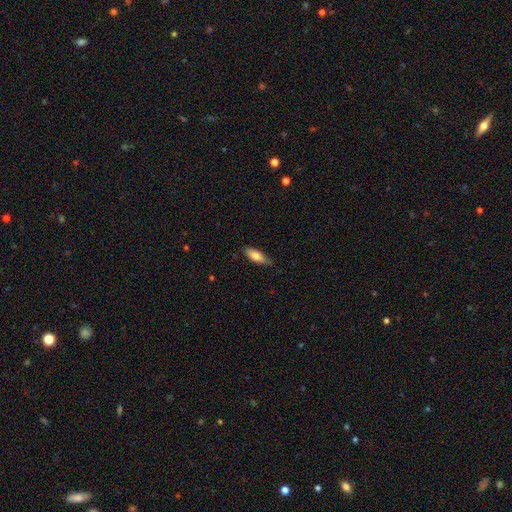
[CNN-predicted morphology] Overall: smooth (77%). How rounded: in between (68%; cigar-shaped 30%). Merging: none (75%).